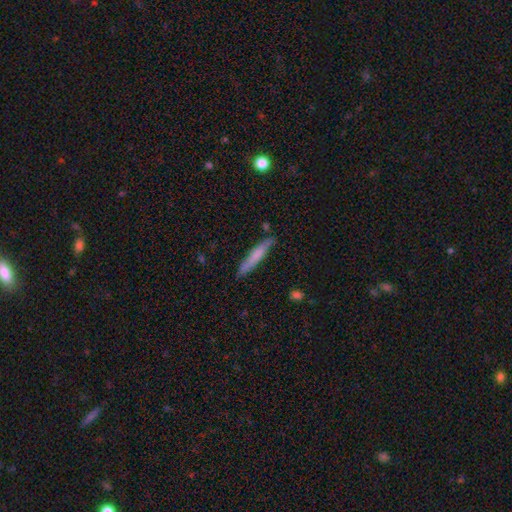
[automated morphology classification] This appears to be a smooth galaxy with no disk features (66%) that is cigar-shaped (93%). Merging: none (82%).